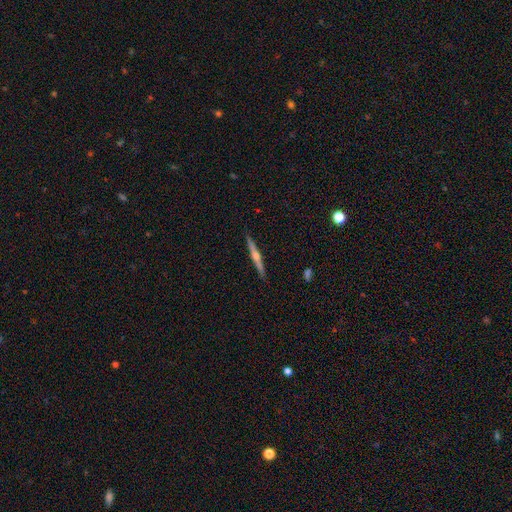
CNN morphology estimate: smooth_or_featured: featured or disk (p=0.78) [alt: smooth p=0.17]
disk_edge_on: yes (p=0.98) [alt: no p=0.02]
edge_on_bulge: rounded (p=0.89) [alt: none p=0.07]
merging: none (p=0.92) [alt: minor disturbance p=0.05]